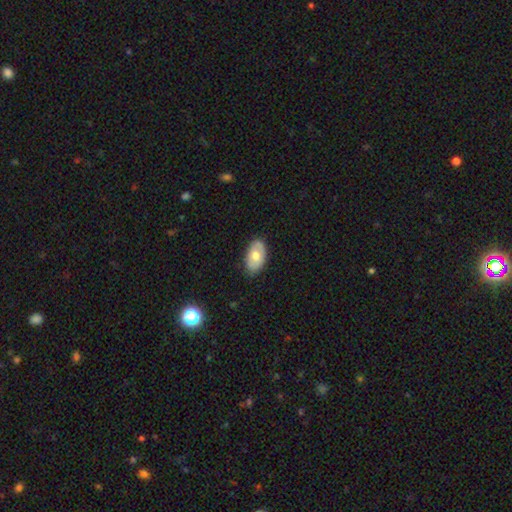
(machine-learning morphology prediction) smooth-or-featured: smooth: 61% | featured or disk: 33% | star or artifact: 6%
  how-rounded: in between: 93% | round: 6% | cigar-shaped: 1%
  merging: none: 82% | minor disturbance: 14% | major disturbance: 3% | merger: 1%